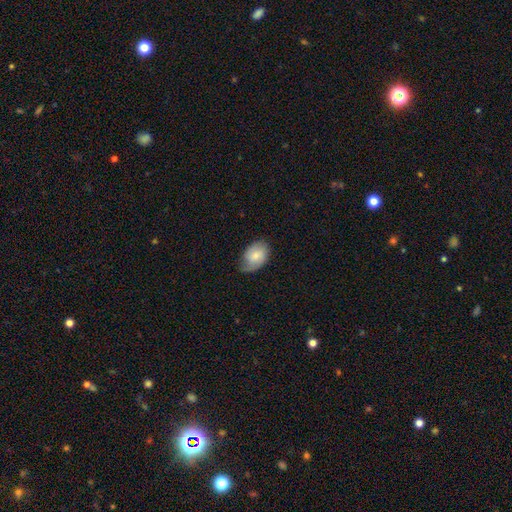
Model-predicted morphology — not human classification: This is likely a smooth galaxy (71%). How rounded: clearly in between (85%). Merging: likely none (60%).